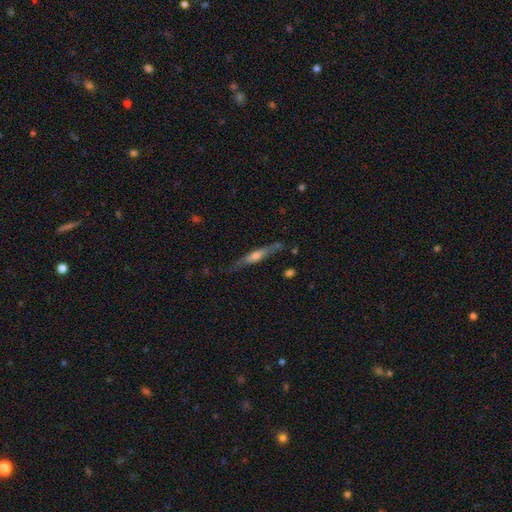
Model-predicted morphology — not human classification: type=featured or disk (54%); edge-on=yes (91%); merging=none (74%).